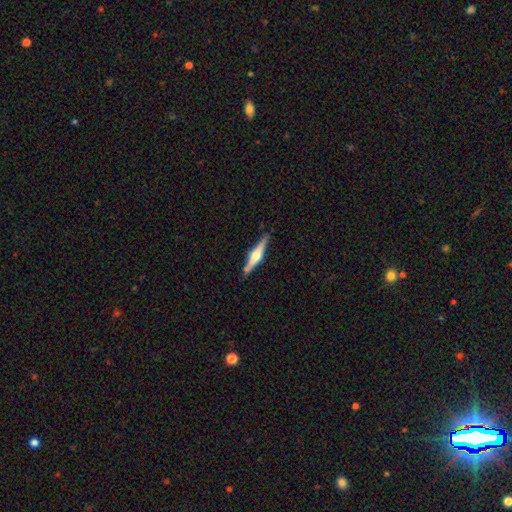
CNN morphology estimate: Overall: featured or disk (72%). Edge-on disk: yes (98%). Edge-on bulge: rounded (87%). Merging: none (86%).